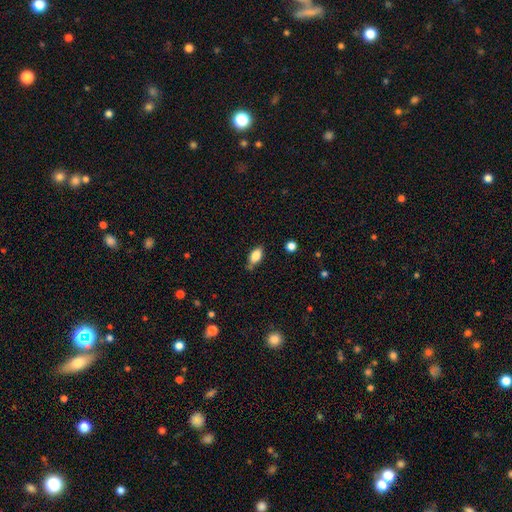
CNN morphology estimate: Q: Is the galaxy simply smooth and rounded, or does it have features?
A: smooth — 76%.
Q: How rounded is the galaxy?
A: in between — 85%.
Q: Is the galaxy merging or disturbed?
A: none — 72%.